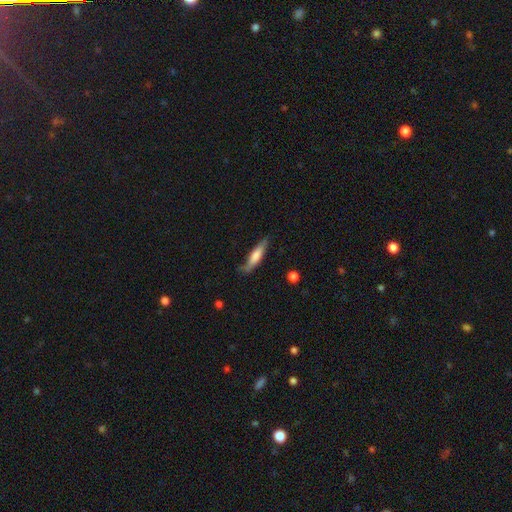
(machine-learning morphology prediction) The model was most divided on "smooth or featured": smooth: 61%, featured or disk: 34%, star or artifact: 6%. More confident: how rounded — cigar-shaped (77%); merging — none (67%).